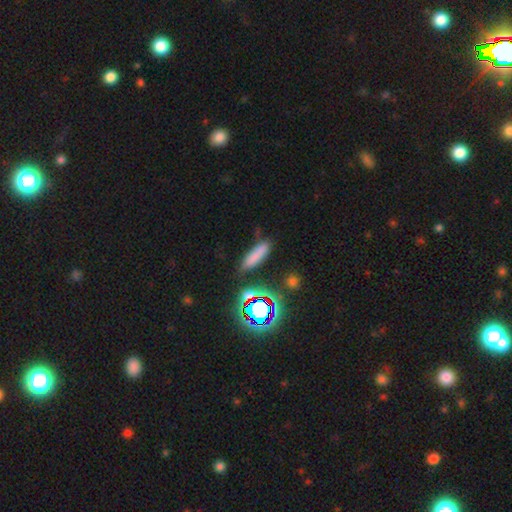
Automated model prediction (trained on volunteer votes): Smooth or featured?
  - smooth: 73% *
  - star or artifact: 17%
  - featured or disk: 10%
How rounded?
  - cigar-shaped: 63% *
  - in between: 33%
  - round: 4%
Merging?
  - none: 73% *
  - minor disturbance: 16%
  - major disturbance: 5%
  - merger: 5%